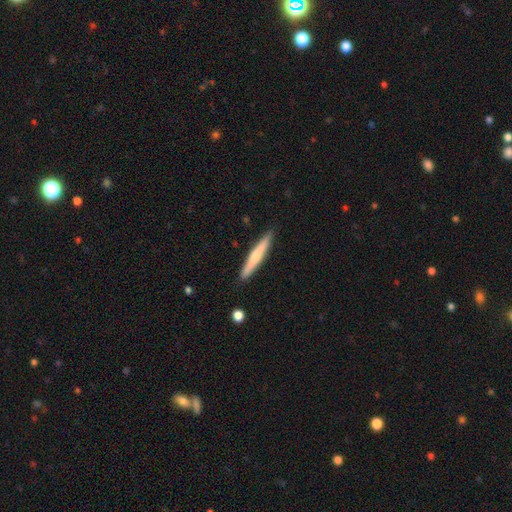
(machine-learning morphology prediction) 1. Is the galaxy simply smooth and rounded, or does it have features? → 53% smooth, 40% featured or disk, 7% star or artifact.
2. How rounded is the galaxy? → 95% cigar-shaped, 4% in between, 1% round.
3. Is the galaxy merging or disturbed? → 90% none, 7% minor disturbance, 1% major disturbance, 1% merger.